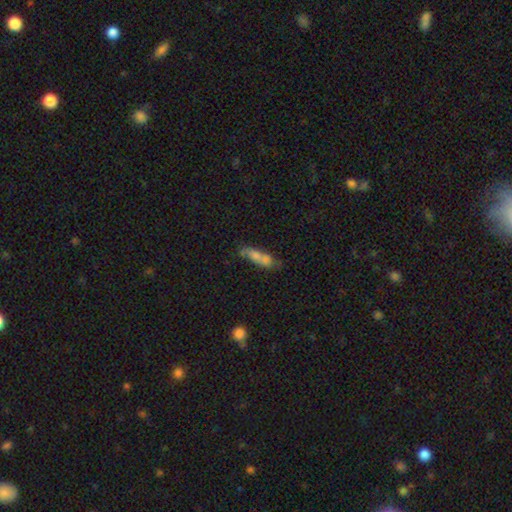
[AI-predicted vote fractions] Morphology: type=smooth (65%); roundness=cigar-shaped (52%); merging=none (45%).